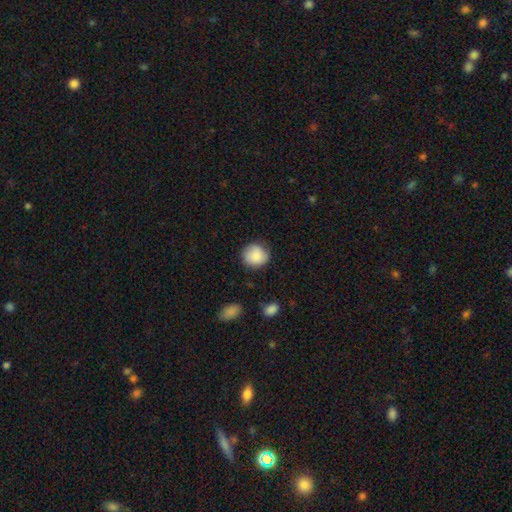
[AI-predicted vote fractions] Q: Smooth or featured?
A: smooth (84%); runner-up: featured or disk (9%)
Q: How rounded?
A: round (88%); runner-up: in between (11%)
Q: Merging?
A: none (79%); runner-up: minor disturbance (16%)